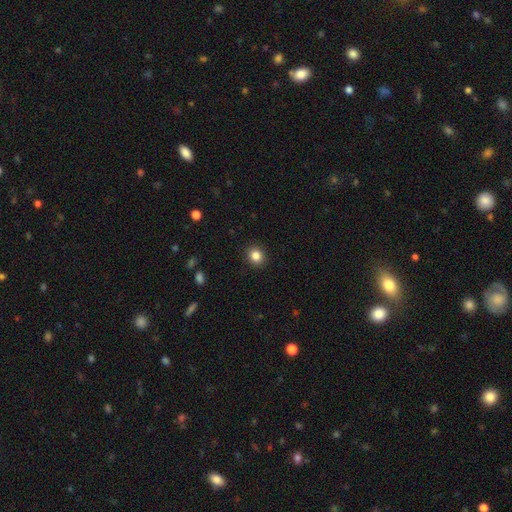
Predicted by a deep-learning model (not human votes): Smooth or featured: smooth — 84% (star or artifact — 11%)
How rounded: round — 80% (in between — 19%)
Merging: none — 92% (minor disturbance — 6%)